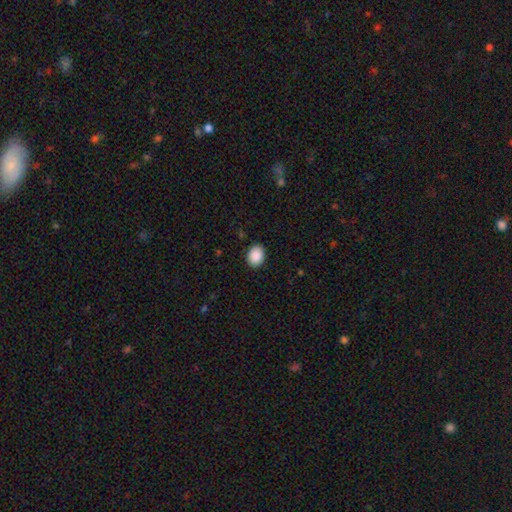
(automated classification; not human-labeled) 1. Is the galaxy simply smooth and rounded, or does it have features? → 90% smooth, 7% star or artifact, 2% featured or disk.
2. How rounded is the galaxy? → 61% in between, 38% round, 1% cigar-shaped.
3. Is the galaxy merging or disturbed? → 90% none, 7% minor disturbance, 2% major disturbance, 1% merger.